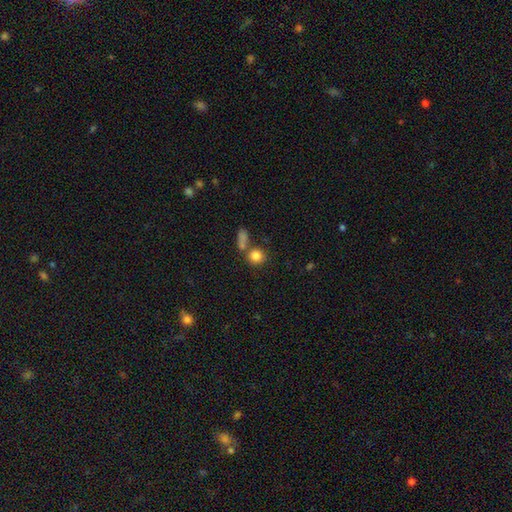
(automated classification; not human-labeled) This is clearly a smooth galaxy (82%). How rounded: clearly round (85%). Merging: possibly none (60%).